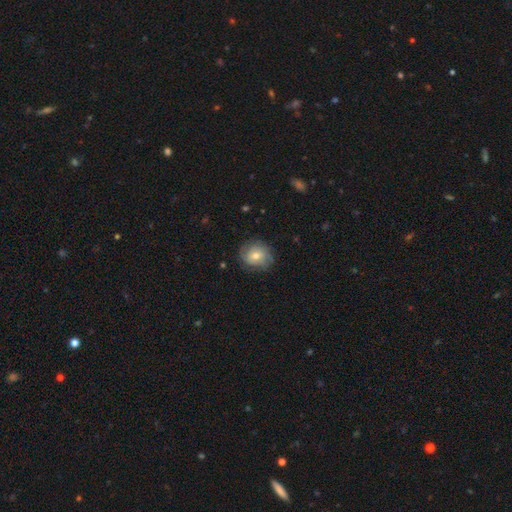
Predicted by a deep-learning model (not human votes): This appears to be a featured or disk galaxy (48%). Merging: none (75%).